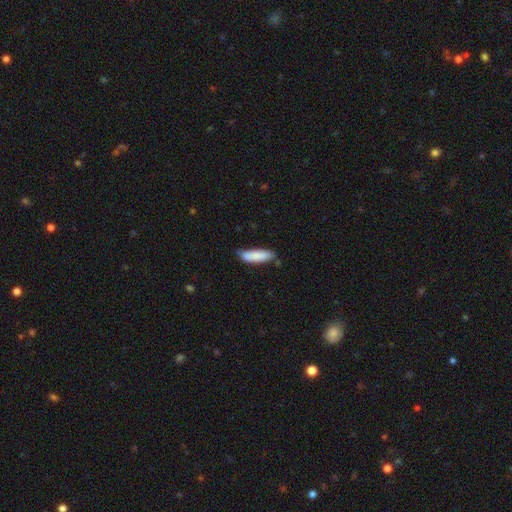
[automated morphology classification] smooth 85%, featured or disk 9%, star or artifact 6%. Down the decision tree: how rounded — cigar-shaped (60%); merging — none (68%).